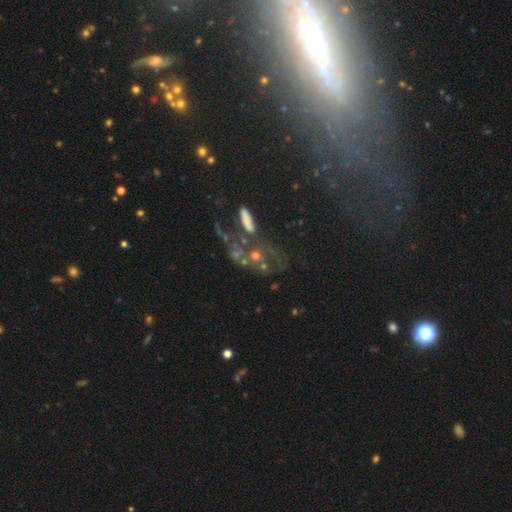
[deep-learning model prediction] Smooth or featured? Predicted: featured or disk (p=0.51). Edge-on disk? Predicted: no (p=0.90). Merging? Predicted: none (p=0.30).